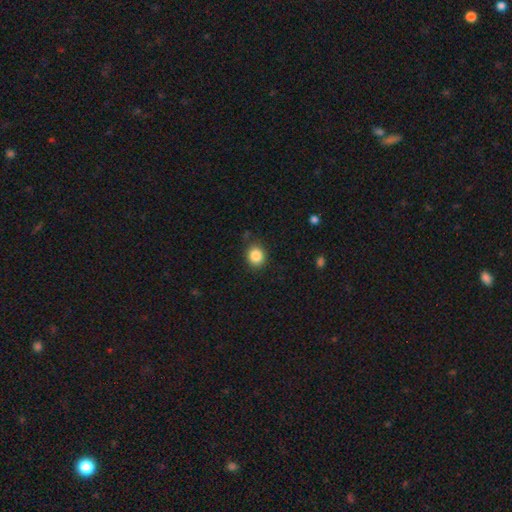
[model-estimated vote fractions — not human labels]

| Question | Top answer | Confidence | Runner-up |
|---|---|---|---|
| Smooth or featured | smooth | 85% | star or artifact (10%) |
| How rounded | round | 73% | in between (26%) |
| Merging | none | 85% | minor disturbance (10%) |